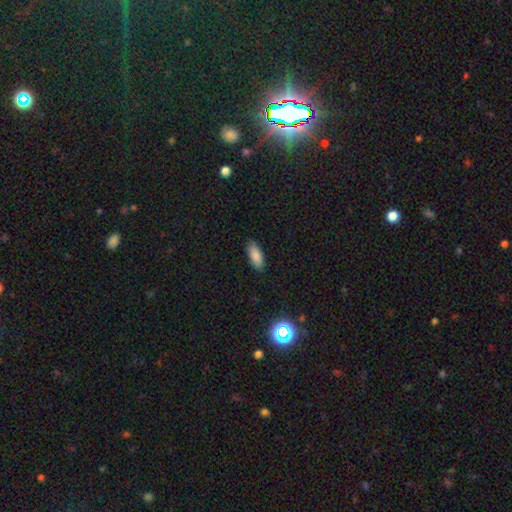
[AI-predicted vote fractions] A smooth galaxy with no disk features (86%) that is in between round and cigar-shaped (81%). Merging: none (88%).